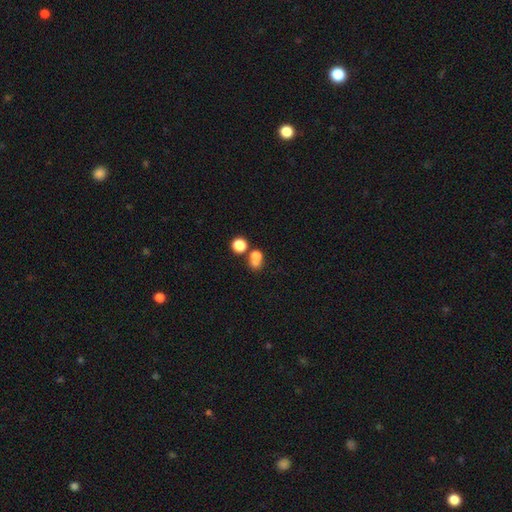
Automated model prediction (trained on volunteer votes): Overall: smooth (73%). How rounded: round (65%; in between 33%). Merging: merger (42%; none 41%).